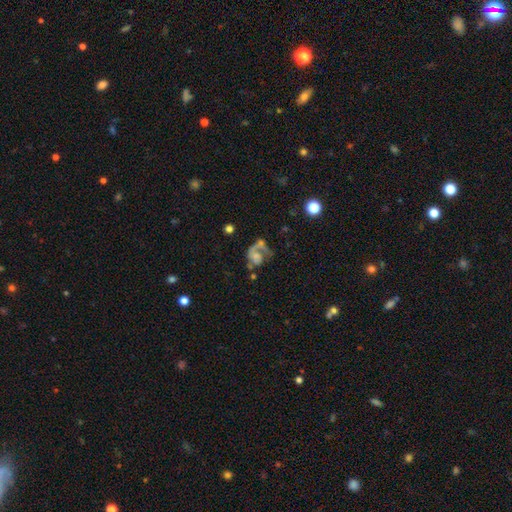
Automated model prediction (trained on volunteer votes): This appears to be a featured or disk galaxy (63%) with no bar (77%), spiral arms (74%) and a small central bulge (35%). Merging: major disturbance (36%).